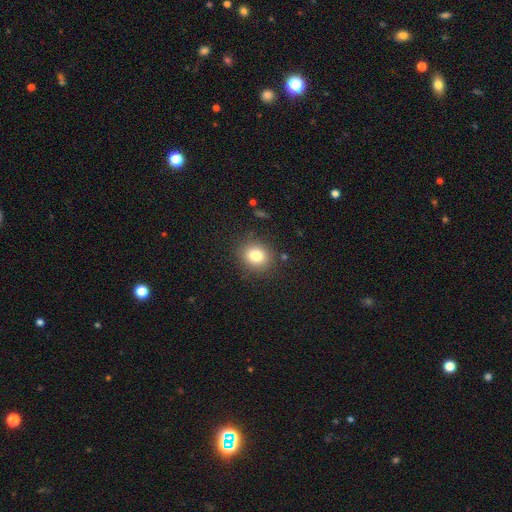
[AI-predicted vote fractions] This appears to be a smooth galaxy with no disk features (80%) that is round (74%). Merging: none (87%).